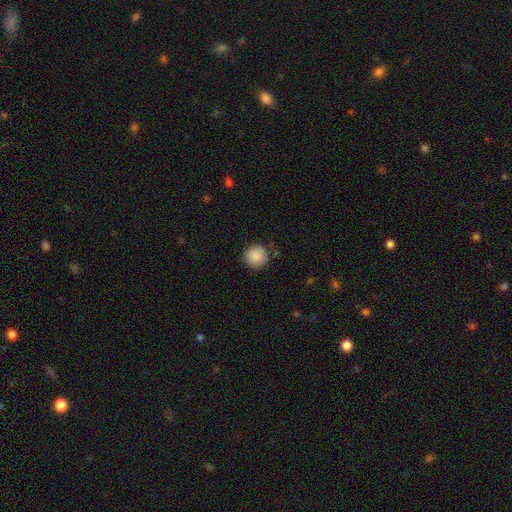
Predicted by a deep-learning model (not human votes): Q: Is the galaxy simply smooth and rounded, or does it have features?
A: smooth — 88%.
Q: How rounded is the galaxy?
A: round — 93%.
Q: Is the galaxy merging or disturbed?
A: none — 84%.